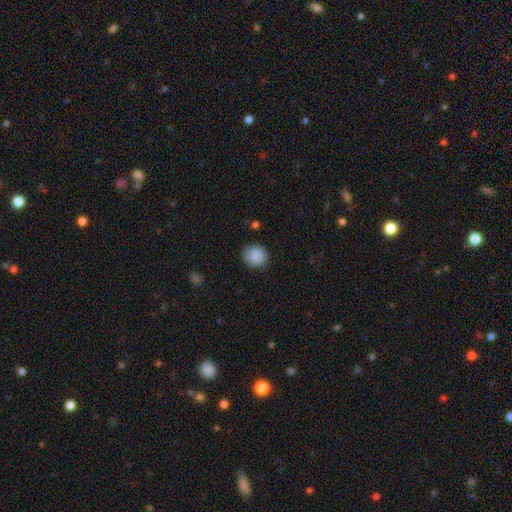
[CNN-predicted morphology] Smooth or featured: smooth — 88% (star or artifact — 8%)
How rounded: round — 85% (in between — 14%)
Merging: none — 84% (minor disturbance — 11%)